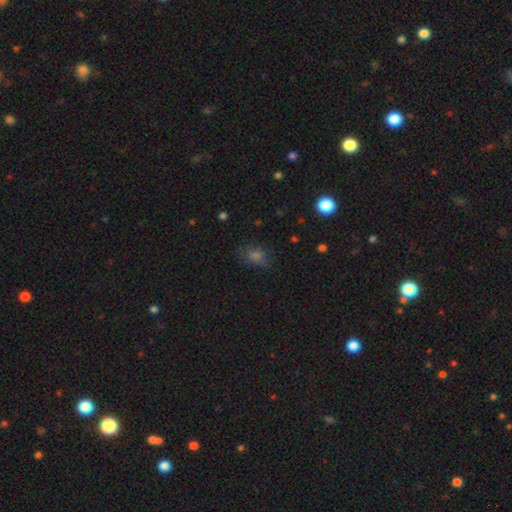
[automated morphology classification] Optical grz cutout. It shows a smooth galaxy with no disk features (68%) that is in between round and cigar-shaped (66%). Merging: none (70%).